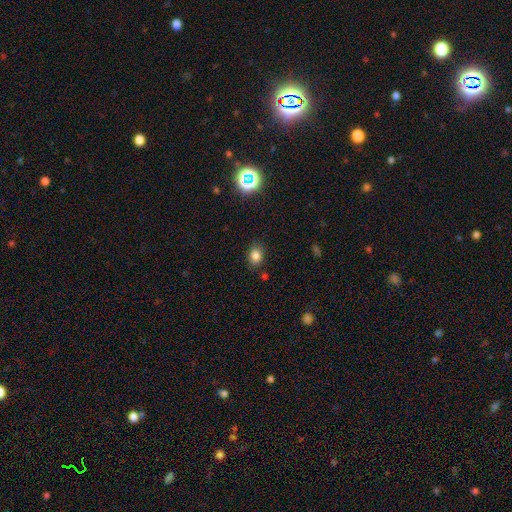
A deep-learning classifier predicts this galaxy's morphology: This is clearly a smooth galaxy (81%). How rounded: possibly in between (55%). Merging: clearly none (83%).